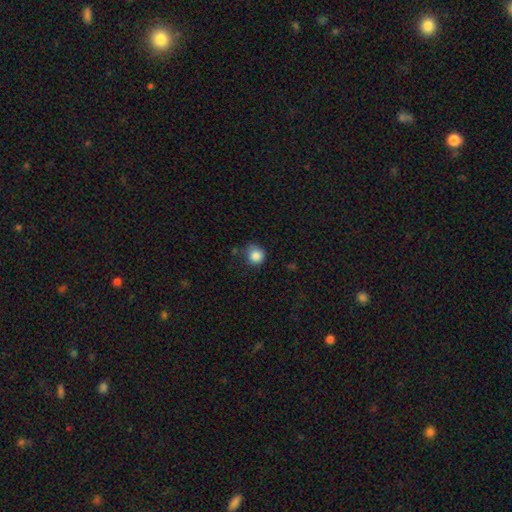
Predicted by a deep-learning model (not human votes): A smooth galaxy with no disk features (86%) that is round (89%).

Vote fractions:
- Smooth or featured? smooth: 86% / star or artifact: 10% / featured or disk: 4%
- How rounded? round: 89% / in between: 10% / cigar-shaped: 1%
- Merging? none: 68% / minor disturbance: 24% / major disturbance: 5% / merger: 3%